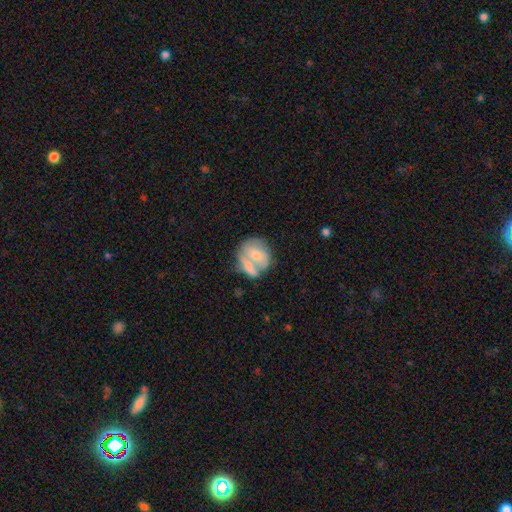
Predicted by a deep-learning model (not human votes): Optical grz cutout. It shows a smooth galaxy with no disk features (60%) that is round (62%). Merging: merger (54%).